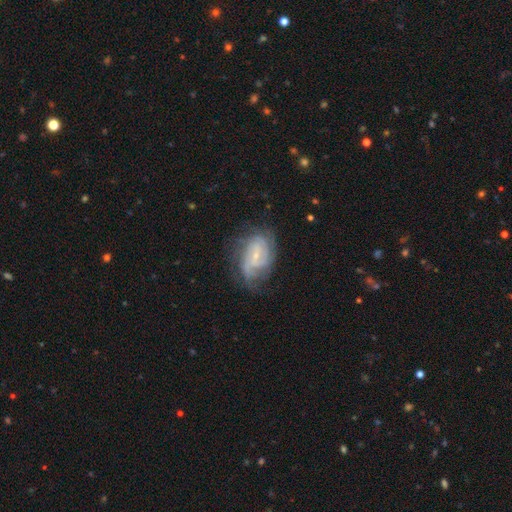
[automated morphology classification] This is clearly a featured or disk galaxy (83%). It is clearly not viewed edge-on (97%). Bar: possibly weak (48%). Spiral arm pattern: clearly yes (95%). Spiral arm count: marginally 2 (31%). Spiral winding: possibly tight (51%). Central bulge: likely small (75%). Merging: likely none (67%).